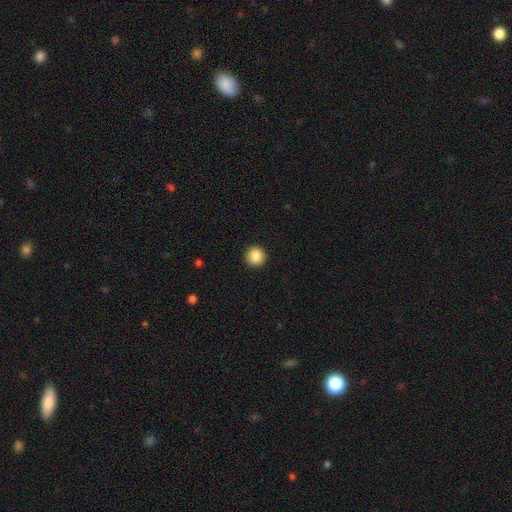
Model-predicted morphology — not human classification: The model was most divided on "smooth or featured": smooth: 86%, star or artifact: 9%, featured or disk: 5%. More confident: how rounded — round (95%); merging — none (93%).